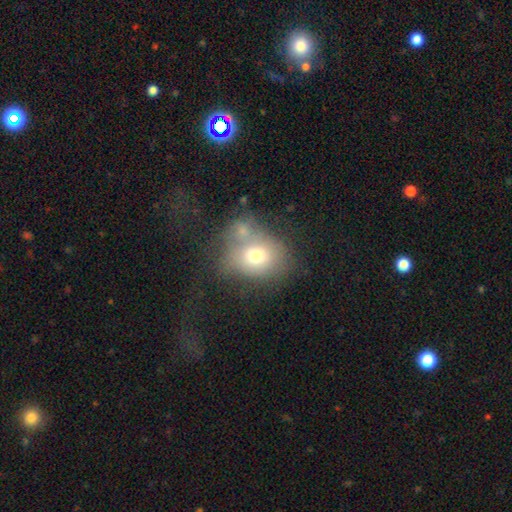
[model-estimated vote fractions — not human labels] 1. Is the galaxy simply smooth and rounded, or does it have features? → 68% smooth, 20% featured or disk, 11% star or artifact.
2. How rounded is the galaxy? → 51% round, 49% in between, 1% cigar-shaped.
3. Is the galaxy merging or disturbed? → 35% none, 34% merger, 18% minor disturbance, 13% major disturbance.